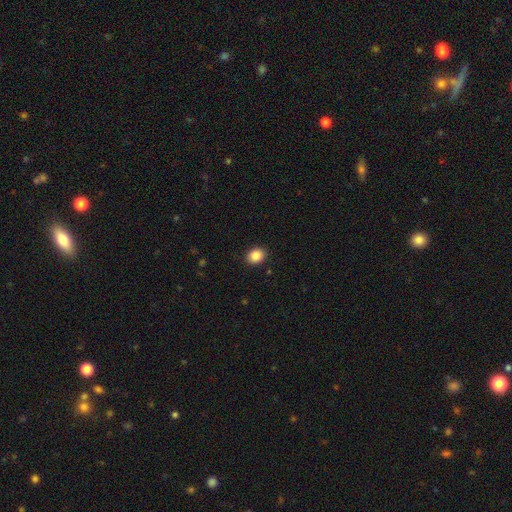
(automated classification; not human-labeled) The model was most divided on "how rounded": round: 50%, in between: 49%, cigar-shaped: 1%. More confident: merging — none (90%); smooth or featured — smooth (88%).